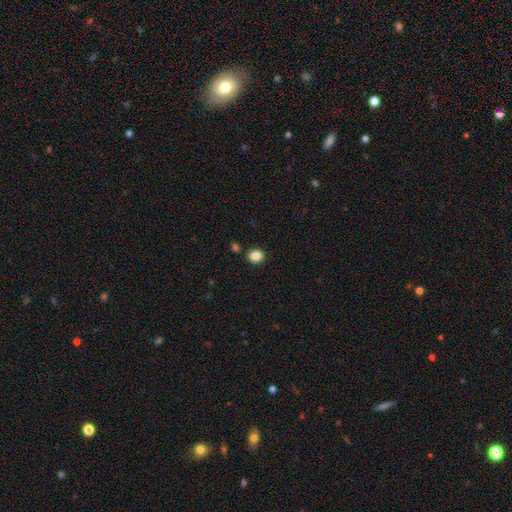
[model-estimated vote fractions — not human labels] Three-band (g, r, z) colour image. It shows a smooth galaxy with no disk features (86%) that is round (77%). Merging: none (87%).